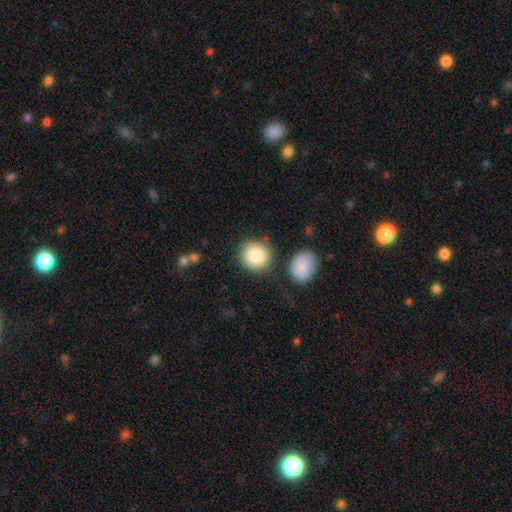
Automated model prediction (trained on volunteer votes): smooth-or-featured: smooth: 87% | star or artifact: 7% | featured or disk: 6%
  how-rounded: round: 89% | in between: 10% | cigar-shaped: 1%
  merging: none: 79% | minor disturbance: 10% | merger: 7% | major disturbance: 4%